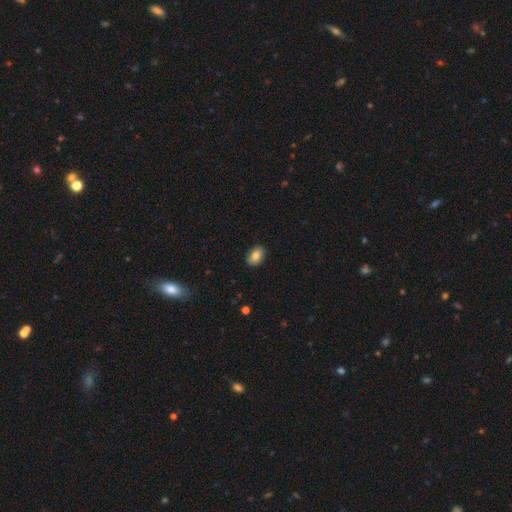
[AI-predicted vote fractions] Smooth or featured? Predicted: smooth (p=0.83). How rounded? Predicted: in between (p=0.86). Merging? Predicted: none (p=0.89).